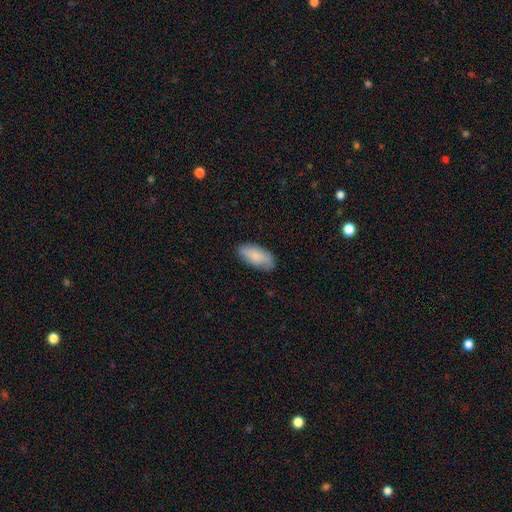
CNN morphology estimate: smooth-or-featured: smooth: 83% | featured or disk: 11% | star or artifact: 6%
  how-rounded: in between: 89% | cigar-shaped: 9% | round: 2%
  merging: none: 79% | minor disturbance: 17% | major disturbance: 3% | merger: 1%